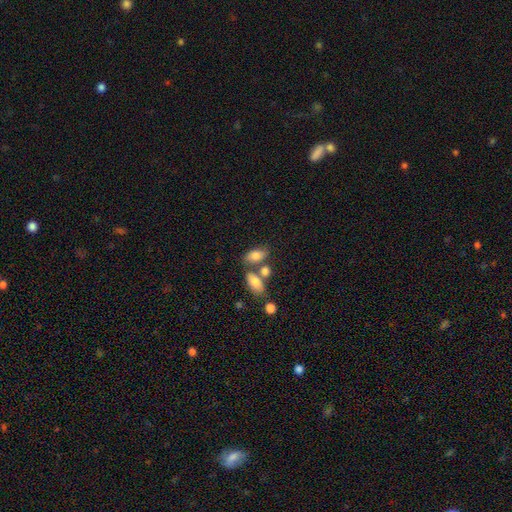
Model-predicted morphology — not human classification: Smooth or featured? smooth (80%)
How rounded? in between (90%)
Merging? none (49%)